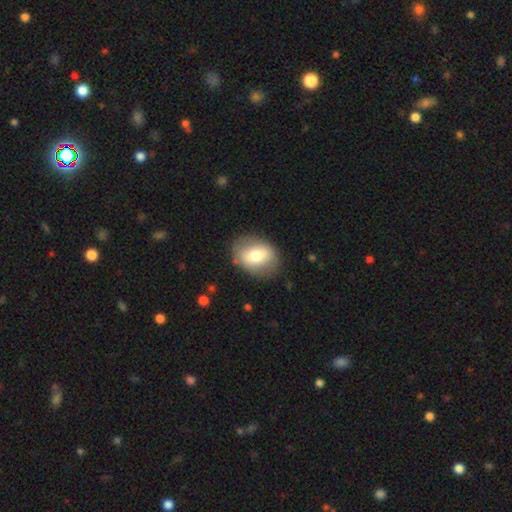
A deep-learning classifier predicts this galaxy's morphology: The model was most divided on "how rounded": in between: 67%, round: 32%, cigar-shaped: 1%. More confident: merging — none (80%); smooth or featured — smooth (67%).